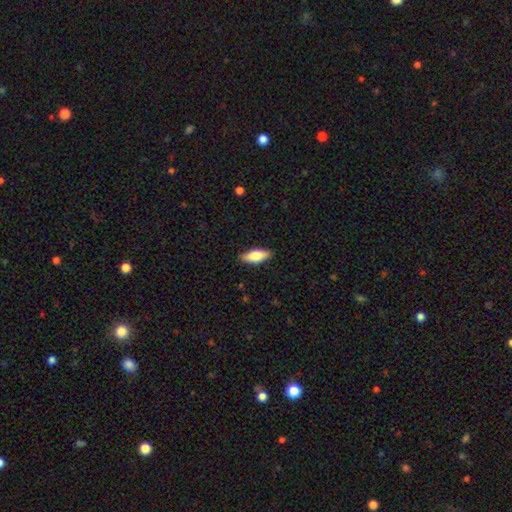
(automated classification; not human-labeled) smooth-or-featured: smooth: 75% | featured or disk: 19% | star or artifact: 6%
  how-rounded: in between: 76% | cigar-shaped: 21% | round: 2%
  merging: none: 87% | minor disturbance: 10% | major disturbance: 2% | merger: 1%